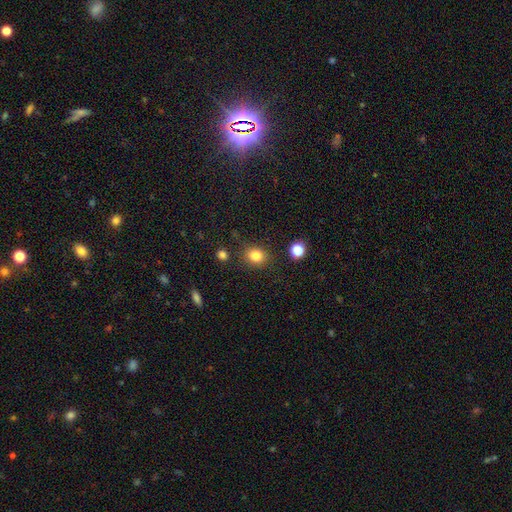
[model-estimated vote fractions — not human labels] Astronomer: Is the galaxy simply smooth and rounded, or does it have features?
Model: smooth — 82%.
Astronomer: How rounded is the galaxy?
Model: round — 68%.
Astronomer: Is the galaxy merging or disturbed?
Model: none — 84%.